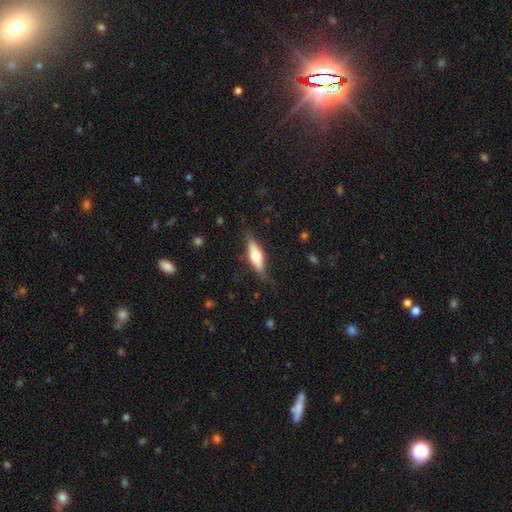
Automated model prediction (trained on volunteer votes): Overall: smooth (54%; featured or disk 40%). How rounded: cigar-shaped (52%; in between 46%). Merging: none (78%).